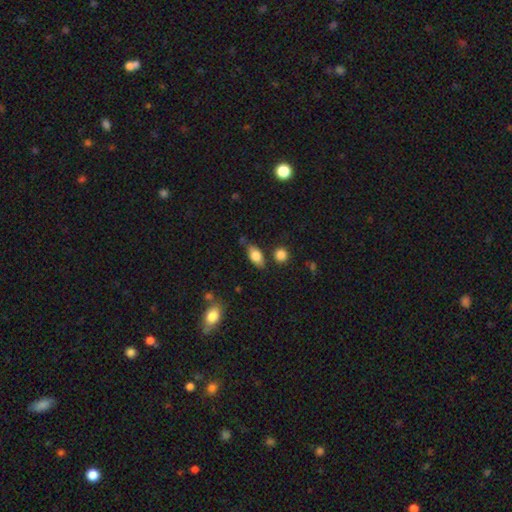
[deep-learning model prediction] Smooth or featured? smooth (75%)
How rounded? in between (82%)
Merging? none (72%)